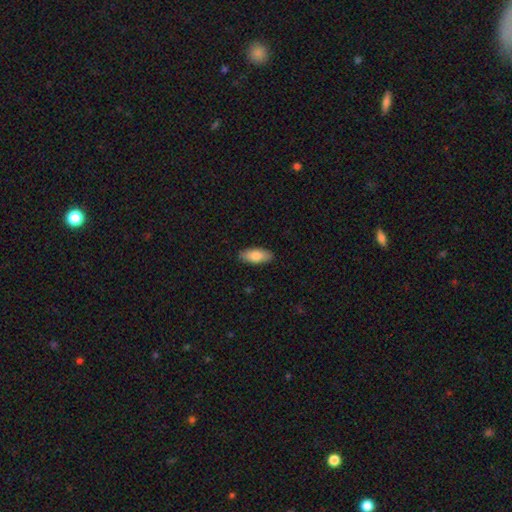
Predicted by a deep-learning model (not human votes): Smooth or featured?
  - smooth: 83% *
  - featured or disk: 11%
  - star or artifact: 6%
How rounded?
  - in between: 84% *
  - cigar-shaped: 14%
  - round: 2%
Merging?
  - none: 89% *
  - minor disturbance: 9%
  - major disturbance: 2%
  - merger: 1%